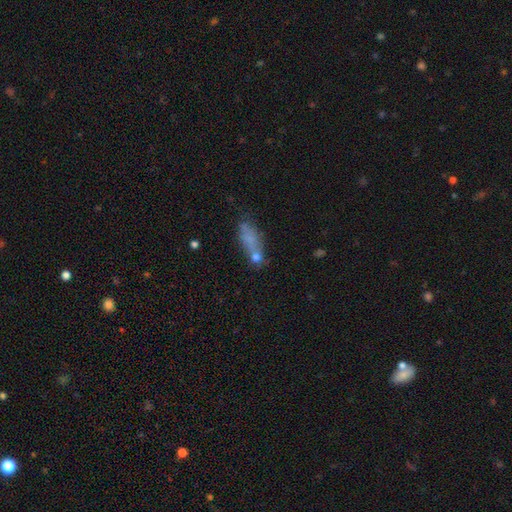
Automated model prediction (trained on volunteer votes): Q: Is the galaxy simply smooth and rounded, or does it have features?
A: smooth — 62%.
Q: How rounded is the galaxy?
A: in between — 62%.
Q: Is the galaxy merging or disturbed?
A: none — 40%.